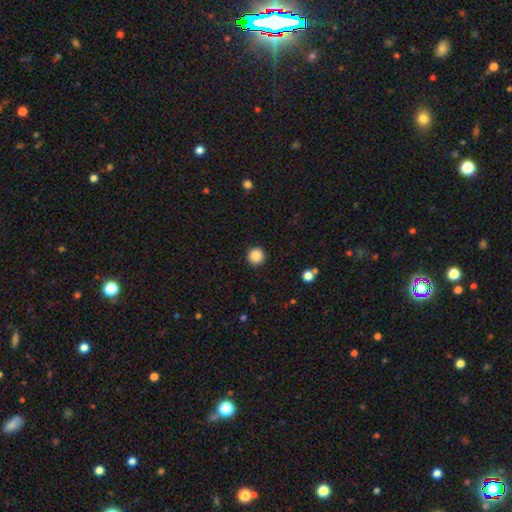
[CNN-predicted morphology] Smooth or featured? Predicted: smooth (p=0.87). How rounded? Predicted: round (p=0.95). Merging? Predicted: none (p=0.92).